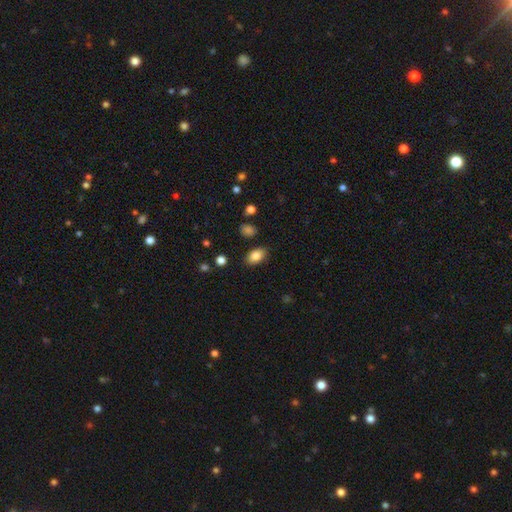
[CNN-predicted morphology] Smooth or featured? Predicted: smooth (p=0.84). How rounded? Predicted: in between (p=0.89). Merging? Predicted: none (p=0.86).